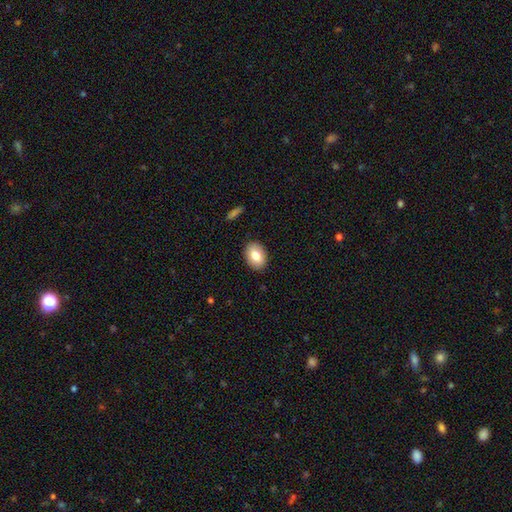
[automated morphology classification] The model was most divided on "how rounded": in between: 77%, round: 22%, cigar-shaped: 1%. More confident: merging — none (89%); smooth or featured — smooth (80%).